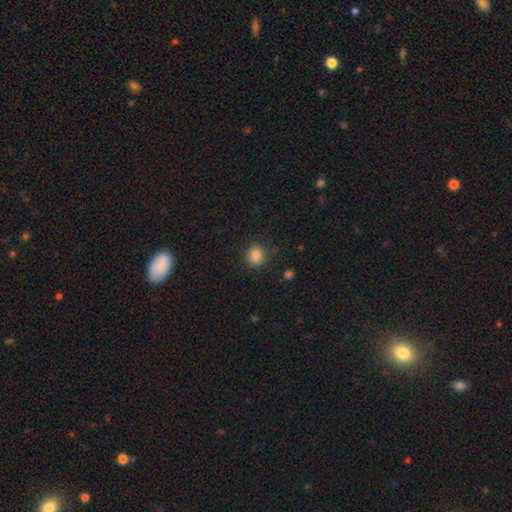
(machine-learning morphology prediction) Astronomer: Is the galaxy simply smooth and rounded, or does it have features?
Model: smooth — 84%.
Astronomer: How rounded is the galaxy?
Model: round — 87%.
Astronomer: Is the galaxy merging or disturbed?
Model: none — 85%.